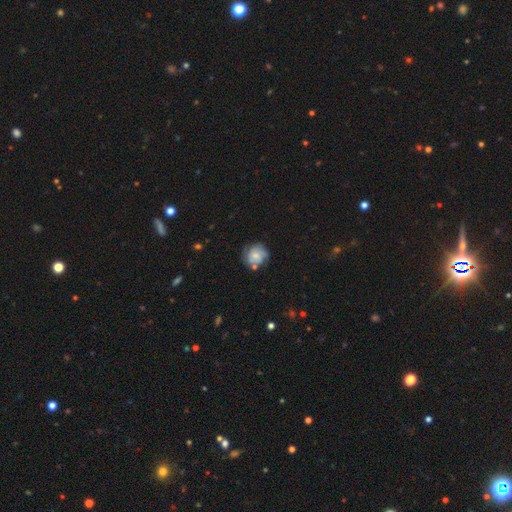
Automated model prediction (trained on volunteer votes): Smooth or featured: smooth — 52% (featured or disk — 40%)
How rounded: round — 83% (in between — 16%)
Merging: none — 63% (minor disturbance — 23%)